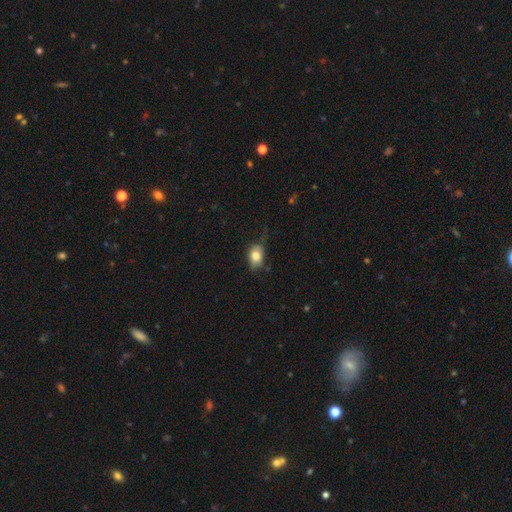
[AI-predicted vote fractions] Smooth or featured? Predicted: smooth (p=0.79). How rounded? Predicted: in between (p=0.76). Merging? Predicted: none (p=0.52).